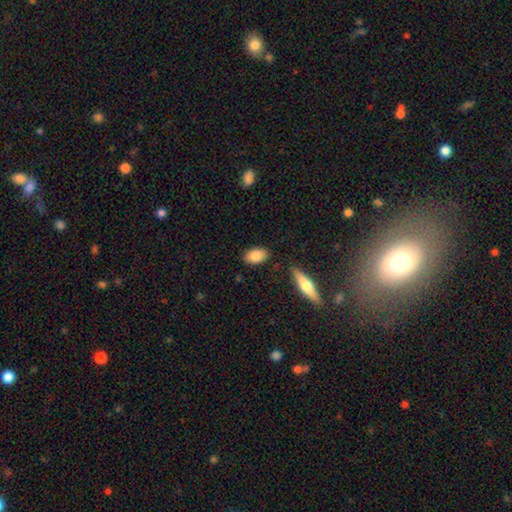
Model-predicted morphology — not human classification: smooth-or-featured: smooth: 84% | featured or disk: 10% | star or artifact: 7%
  how-rounded: in between: 91% | round: 6% | cigar-shaped: 3%
  merging: none: 84% | minor disturbance: 11% | merger: 3% | major disturbance: 3%